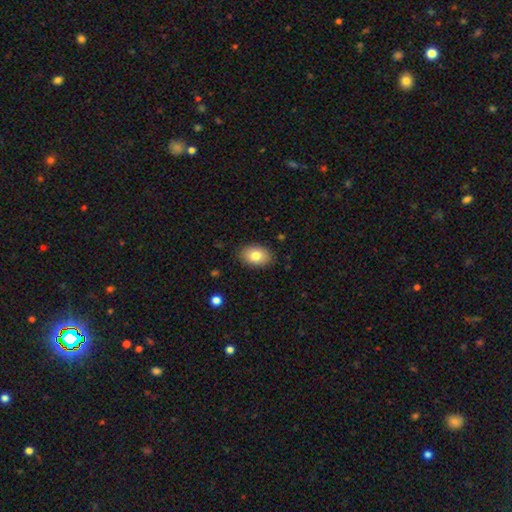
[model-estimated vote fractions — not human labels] smooth_or_featured: smooth (p=0.80) [alt: featured or disk p=0.12]
how_rounded: in between (p=0.83) [alt: round p=0.16]
merging: none (p=0.87) [alt: minor disturbance p=0.10]